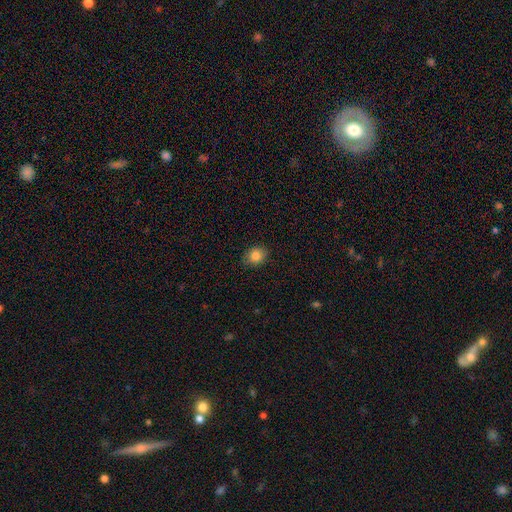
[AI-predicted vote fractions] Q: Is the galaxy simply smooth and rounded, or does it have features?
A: smooth — 83%.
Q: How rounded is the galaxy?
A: round — 54%.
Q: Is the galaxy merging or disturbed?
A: none — 88%.